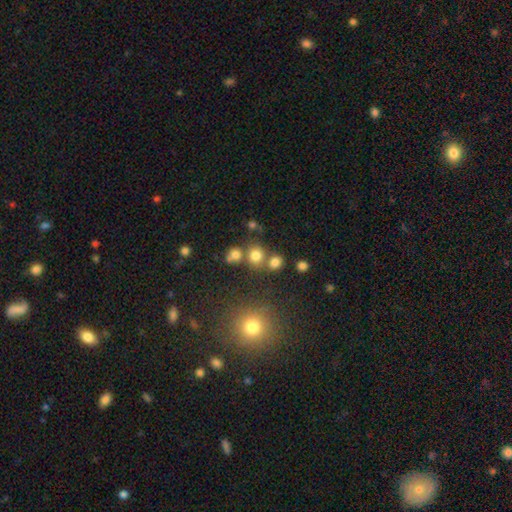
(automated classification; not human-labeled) A smooth galaxy with no disk features (75%) that is round (86%).

Vote fractions:
- Smooth or featured? smooth: 75% / star or artifact: 17% / featured or disk: 8%
- How rounded? round: 86% / in between: 13% / cigar-shaped: 1%
- Merging? none: 66% / merger: 22% / minor disturbance: 8% / major disturbance: 4%